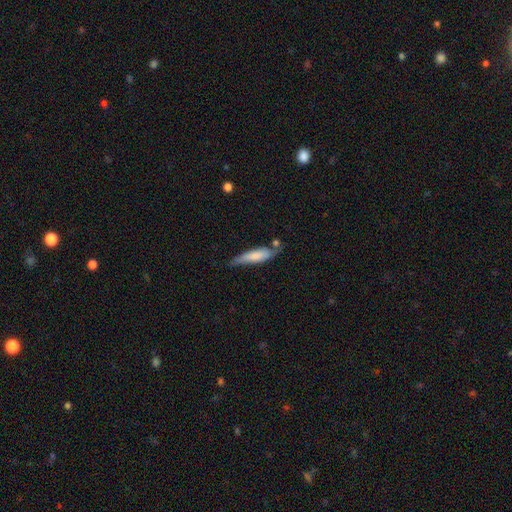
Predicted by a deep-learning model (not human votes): Q: Smooth or featured?
A: smooth (69%); runner-up: featured or disk (25%)
Q: How rounded?
A: cigar-shaped (74%); runner-up: in between (24%)
Q: Merging?
A: none (53%); runner-up: minor disturbance (30%)